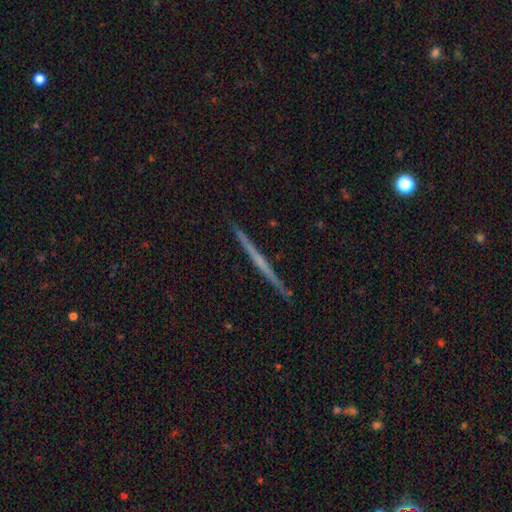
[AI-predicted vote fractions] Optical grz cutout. It shows a featured or disk galaxy (68%) viewed edge-on (98%) with no central bulge (77%). Merging: none (92%).